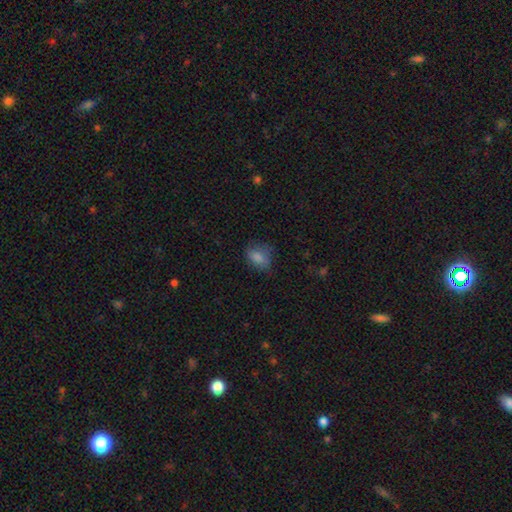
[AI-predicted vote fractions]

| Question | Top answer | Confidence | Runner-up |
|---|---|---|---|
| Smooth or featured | smooth | 77% | star or artifact (12%) |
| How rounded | in between | 68% | round (30%) |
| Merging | none | 65% | minor disturbance (24%) |